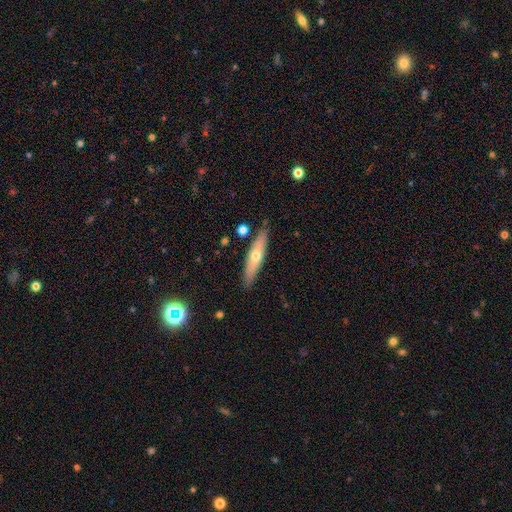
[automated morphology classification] smooth-or-featured: smooth: 50% | featured or disk: 44% | star or artifact: 6%
  how-rounded: cigar-shaped: 80% | in between: 18% | round: 2%
  merging: none: 86% | minor disturbance: 10% | merger: 2% | major disturbance: 2%